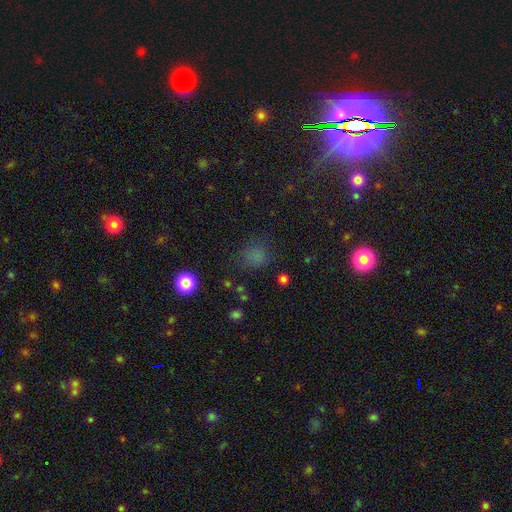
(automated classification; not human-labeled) Smooth or featured?
  - smooth: 66% *
  - star or artifact: 27%
  - featured or disk: 6%
How rounded?
  - round: 74% *
  - in between: 24%
  - cigar-shaped: 1%
Merging?
  - none: 72% *
  - minor disturbance: 17%
  - major disturbance: 9%
  - merger: 3%